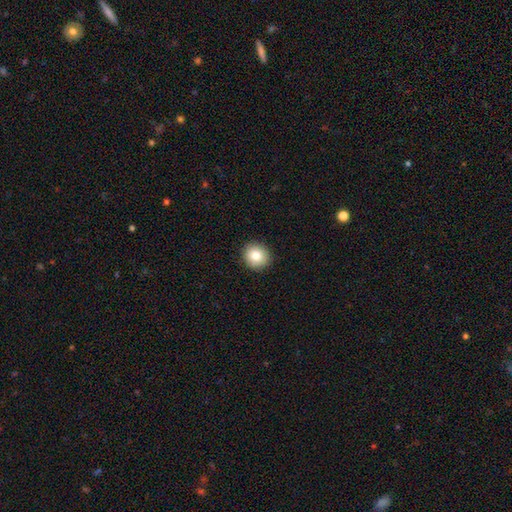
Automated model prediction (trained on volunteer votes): Smooth or featured?
  - smooth: 82% *
  - star or artifact: 9%
  - featured or disk: 9%
How rounded?
  - round: 87% *
  - in between: 12%
  - cigar-shaped: 1%
Merging?
  - none: 92% *
  - minor disturbance: 6%
  - major disturbance: 2%
  - merger: 1%